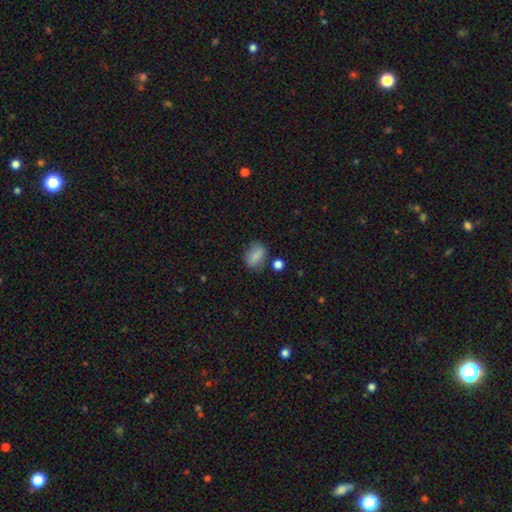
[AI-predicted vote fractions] This appears to be a smooth galaxy with no disk features (81%) that is in between round and cigar-shaped (77%). Merging: none (71%).